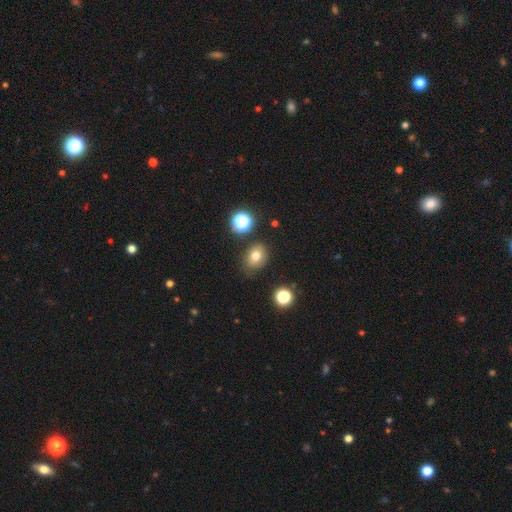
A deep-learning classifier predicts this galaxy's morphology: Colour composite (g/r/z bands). It shows a smooth galaxy with no disk features (76%) that is in between round and cigar-shaped (56%). Merging: none (77%).